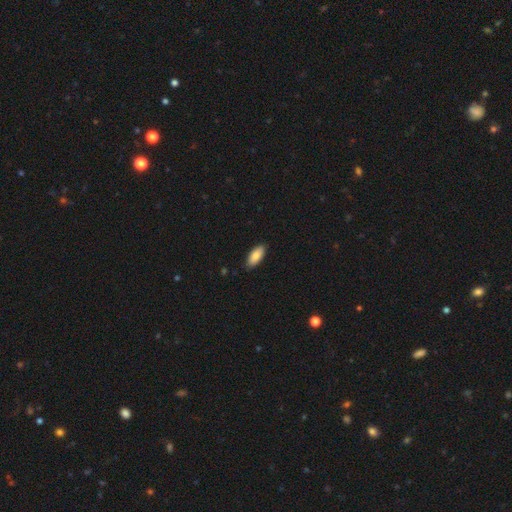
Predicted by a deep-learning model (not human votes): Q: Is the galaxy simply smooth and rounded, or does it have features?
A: smooth — 86%.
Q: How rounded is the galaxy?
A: in between — 85%.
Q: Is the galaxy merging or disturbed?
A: none — 87%.